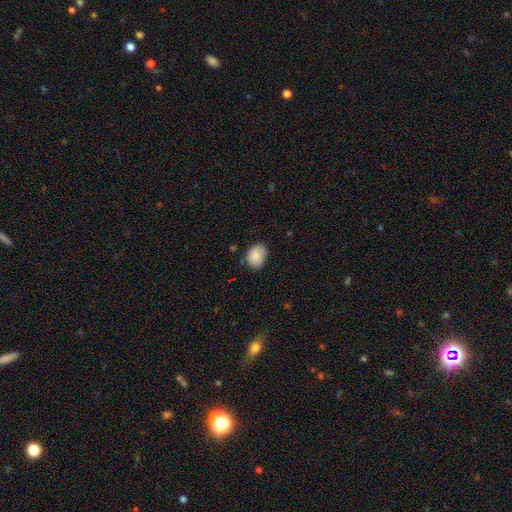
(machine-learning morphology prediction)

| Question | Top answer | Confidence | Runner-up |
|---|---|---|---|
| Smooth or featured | smooth | 86% | star or artifact (7%) |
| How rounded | in between | 61% | round (38%) |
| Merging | none | 74% | minor disturbance (21%) |